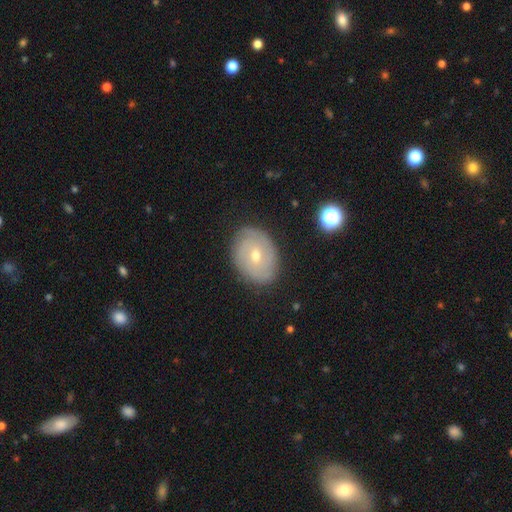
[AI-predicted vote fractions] Smooth or featured? Predicted: featured or disk (p=0.61). Edge-on disk? Predicted: no (p=0.95). Bar? Predicted: no (p=0.68). Spiral arms? Predicted: yes (p=0.73). Bulge size? Predicted: small (p=0.53). Merging? Predicted: none (p=0.82).